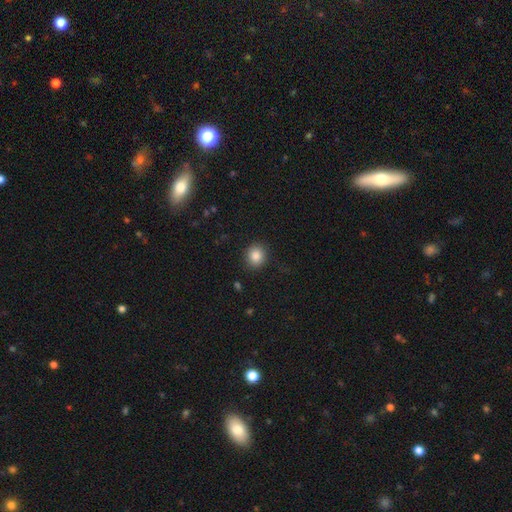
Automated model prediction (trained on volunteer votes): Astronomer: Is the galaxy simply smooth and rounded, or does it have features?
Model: smooth — 85%.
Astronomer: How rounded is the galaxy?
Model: round — 81%.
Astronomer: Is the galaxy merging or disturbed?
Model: none — 89%.